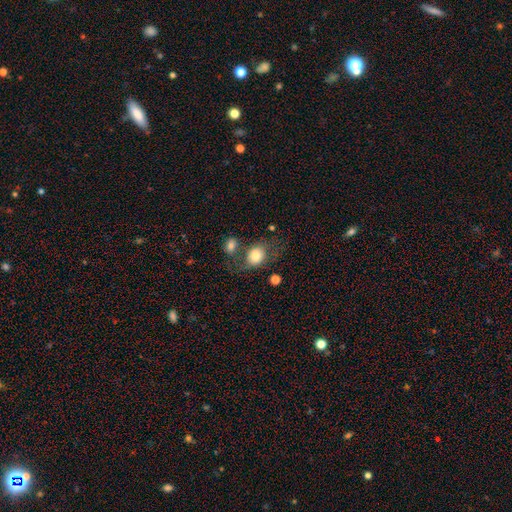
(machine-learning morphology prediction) Smooth or featured?
  - smooth: 76% *
  - featured or disk: 15%
  - star or artifact: 9%
How rounded?
  - in between: 51% *
  - round: 48%
  - cigar-shaped: 1%
Merging?
  - none: 48% *
  - merger: 22%
  - minor disturbance: 18%
  - major disturbance: 12%